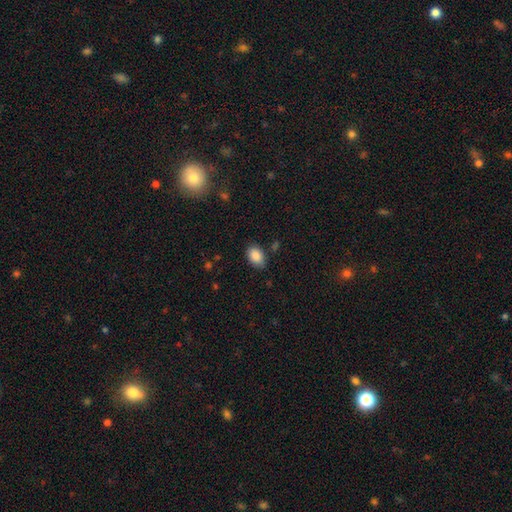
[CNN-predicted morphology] Overall: smooth (88%). How rounded: in between (81%). Merging: none (78%).